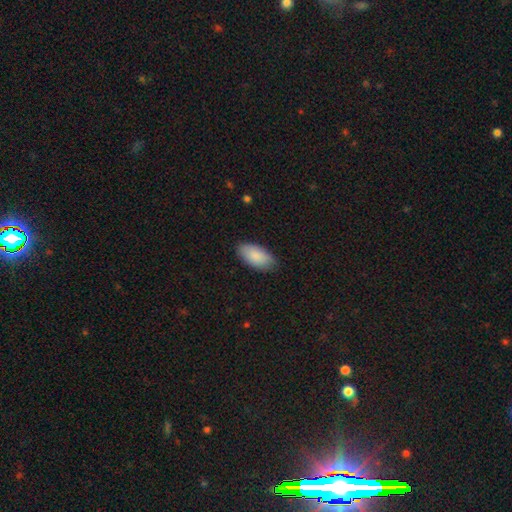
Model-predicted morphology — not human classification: This appears to be a smooth galaxy with no disk features (88%) that is in between round and cigar-shaped (94%). Merging: none (83%).